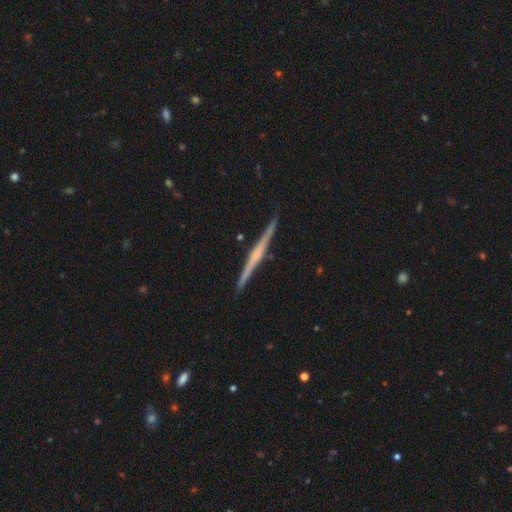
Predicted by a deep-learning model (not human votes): smooth_or_featured: featured or disk (p=0.78) [alt: smooth p=0.17]
disk_edge_on: yes (p=0.99) [alt: no p=0.01]
edge_on_bulge: rounded (p=0.49) [alt: none p=0.35]
merging: none (p=0.92) [alt: minor disturbance p=0.06]